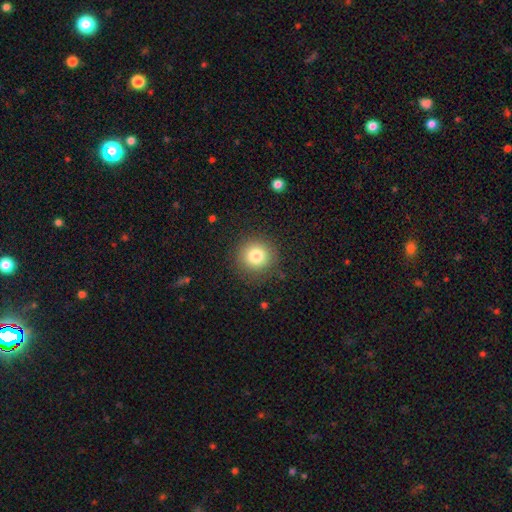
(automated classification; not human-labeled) smooth_or_featured: smooth (p=0.80) [alt: star or artifact p=0.11]
how_rounded: round (p=0.93) [alt: in between p=0.06]
merging: none (p=0.87) [alt: minor disturbance p=0.08]